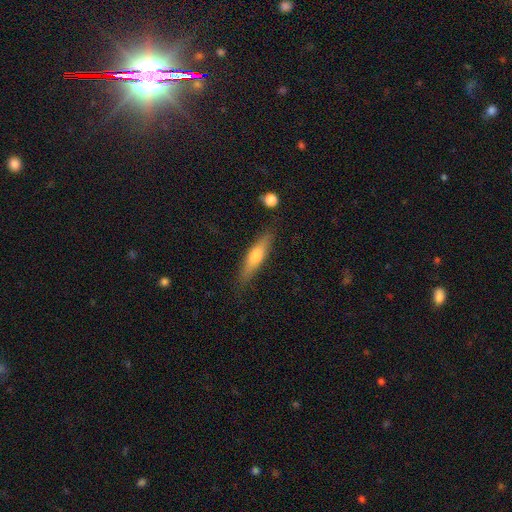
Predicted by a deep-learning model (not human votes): Q: Smooth or featured?
A: smooth (54%); runner-up: featured or disk (40%)
Q: How rounded?
A: cigar-shaped (77%); runner-up: in between (21%)
Q: Merging?
A: none (83%); runner-up: minor disturbance (12%)